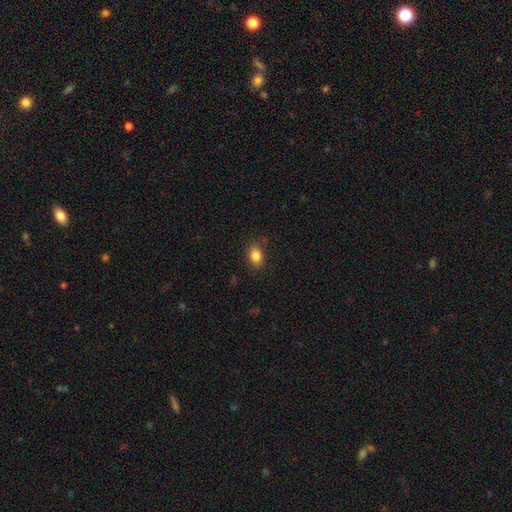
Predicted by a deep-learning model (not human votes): Smooth or featured? smooth (85%)
How rounded? in between (77%)
Merging? none (84%)